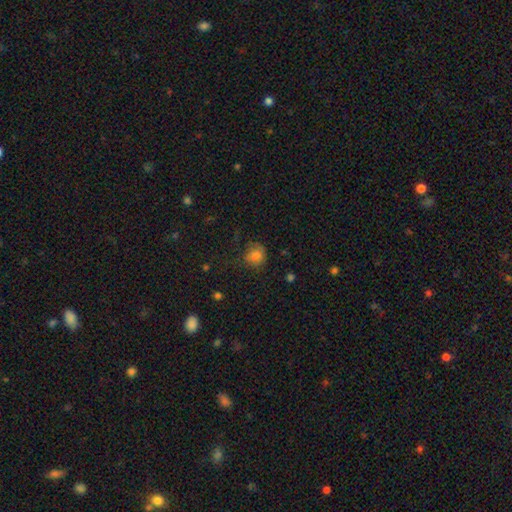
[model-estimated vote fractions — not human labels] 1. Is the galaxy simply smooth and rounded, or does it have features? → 77% smooth, 12% star or artifact, 11% featured or disk.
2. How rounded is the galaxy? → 79% round, 20% in between, 1% cigar-shaped.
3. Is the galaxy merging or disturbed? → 60% none, 24% minor disturbance, 15% major disturbance, 2% merger.